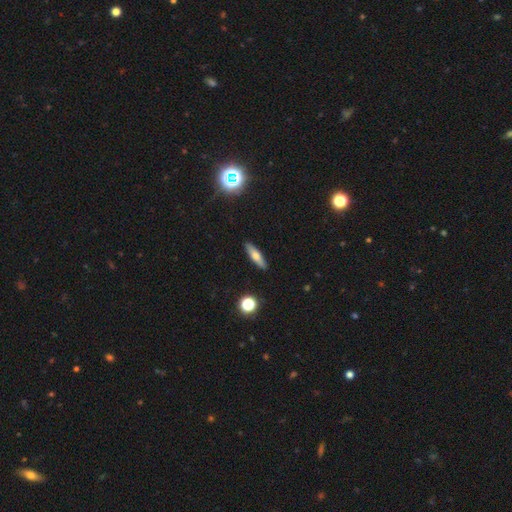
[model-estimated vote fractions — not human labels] A smooth galaxy with no disk features (57%) that is cigar-shaped (70%).

Vote fractions:
- Smooth or featured? smooth: 57% / featured or disk: 34% / star or artifact: 9%
- How rounded? cigar-shaped: 70% / in between: 27% / round: 3%
- Merging? none: 90% / minor disturbance: 7% / major disturbance: 2% / merger: 1%